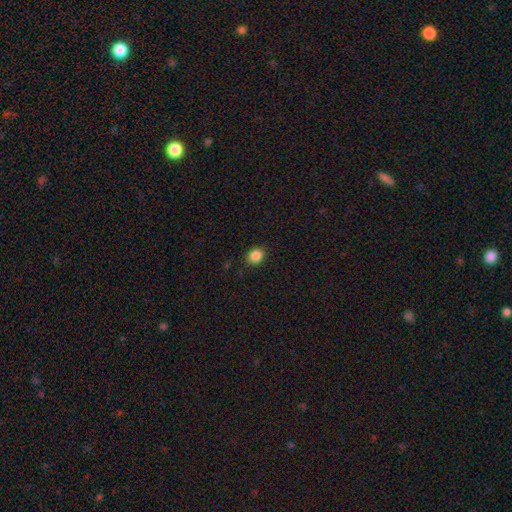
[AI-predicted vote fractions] Smooth or featured: smooth — 86% (star or artifact — 10%)
How rounded: round — 61% (in between — 38%)
Merging: none — 87% (minor disturbance — 9%)